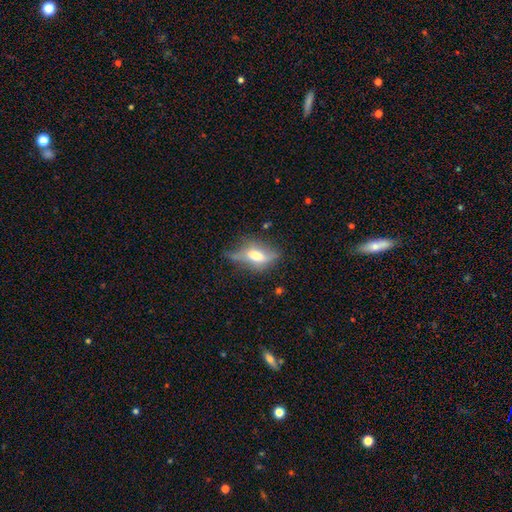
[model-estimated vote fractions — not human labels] smooth_or_featured: smooth (p=0.46) [alt: featured or disk p=0.44]
merging: none (p=0.43) [alt: minor disturbance p=0.31]